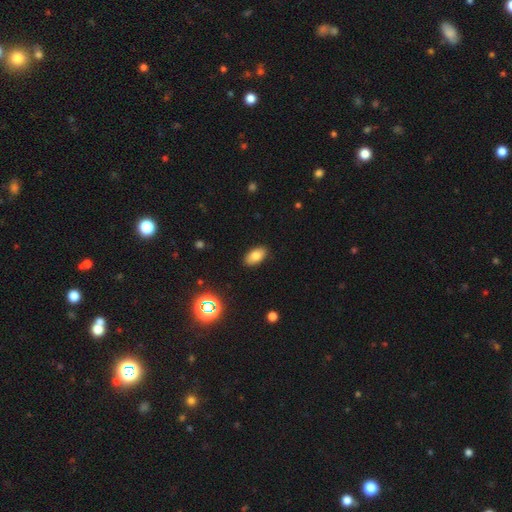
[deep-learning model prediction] Smooth or featured: smooth — 78% (featured or disk — 11%)
How rounded: in between — 93% (round — 5%)
Merging: none — 88% (minor disturbance — 9%)